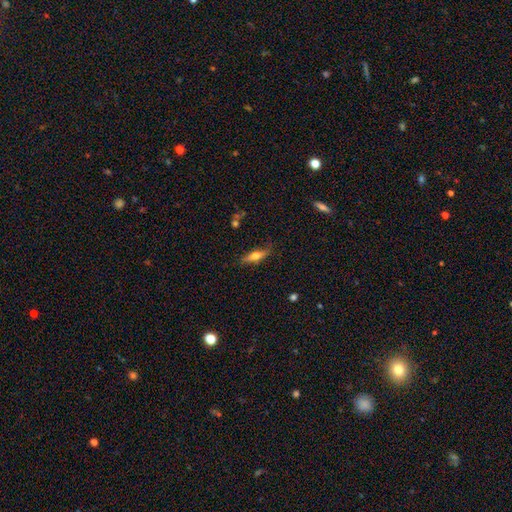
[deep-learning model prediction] smooth 55%, featured or disk 39%, star or artifact 7%. Down the decision tree: how rounded — cigar-shaped (60%); merging — none (77%).